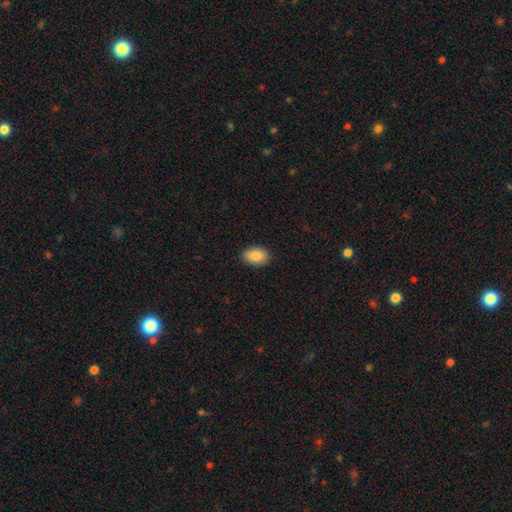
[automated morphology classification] A smooth galaxy with no disk features (86%) that is in between round and cigar-shaped (83%).

Vote fractions:
- Smooth or featured? smooth: 86% / star or artifact: 7% / featured or disk: 7%
- How rounded? in between: 83% / round: 16% / cigar-shaped: 1%
- Merging? none: 90% / minor disturbance: 8% / major disturbance: 2% / merger: 1%